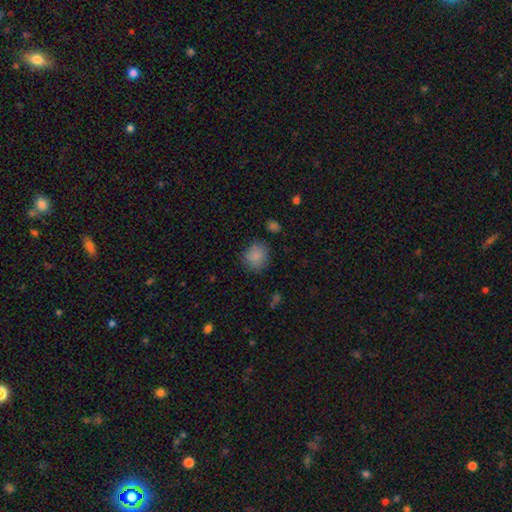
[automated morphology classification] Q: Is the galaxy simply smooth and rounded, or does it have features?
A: smooth — 85%.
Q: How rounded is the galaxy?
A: round — 83%.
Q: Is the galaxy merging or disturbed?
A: none — 81%.